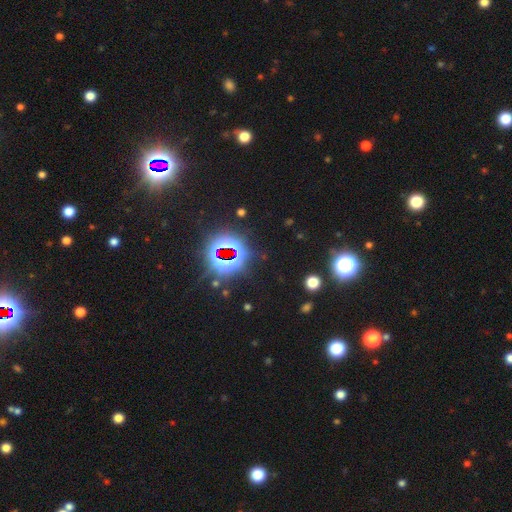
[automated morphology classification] Smooth or featured? star or artifact (82%)